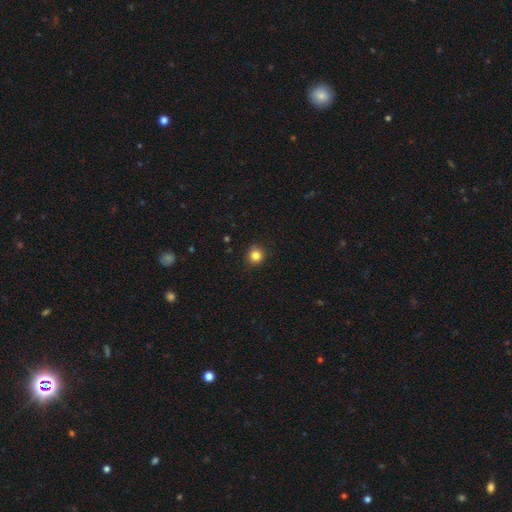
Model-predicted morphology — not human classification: This appears to be a smooth galaxy with no disk features (83%) that is round (92%). Merging: none (90%).